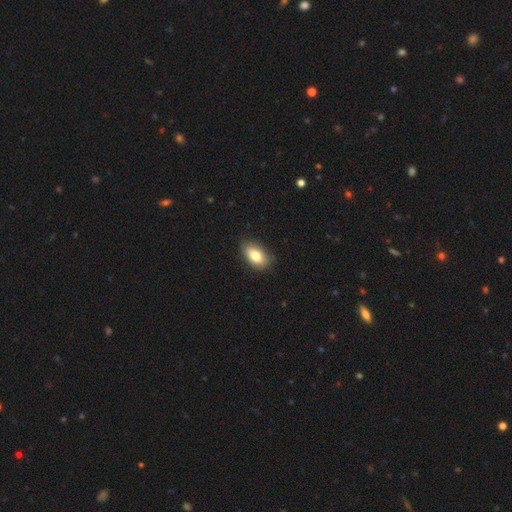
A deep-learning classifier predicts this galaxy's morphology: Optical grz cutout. It shows a smooth galaxy with no disk features (78%) that is in between round and cigar-shaped (90%). Merging: none (85%).